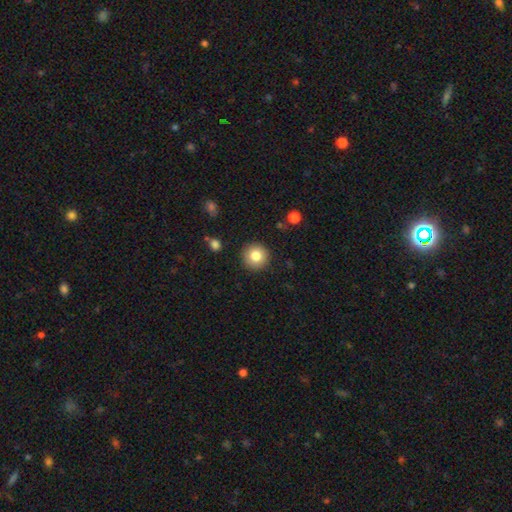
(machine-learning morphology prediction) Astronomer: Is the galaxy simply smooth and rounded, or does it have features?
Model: smooth — 81%.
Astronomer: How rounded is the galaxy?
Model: round — 95%.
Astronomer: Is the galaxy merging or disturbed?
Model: none — 91%.